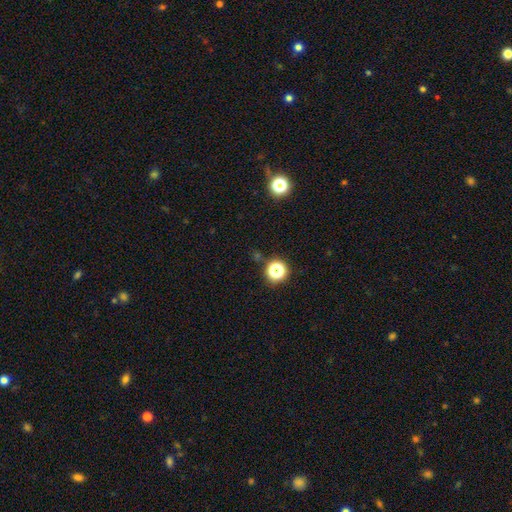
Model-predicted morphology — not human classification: This is possibly a star or artifact rather than a galaxy (59%).